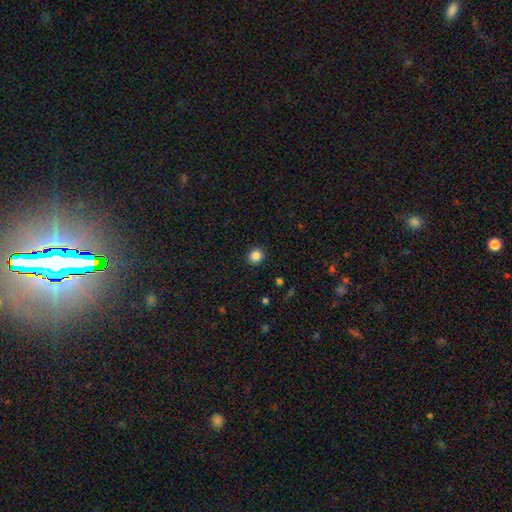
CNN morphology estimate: A smooth galaxy with no disk features (86%) that is round (90%).

Vote fractions:
- Smooth or featured? smooth: 86% / star or artifact: 11% / featured or disk: 4%
- How rounded? round: 90% / in between: 9% / cigar-shaped: 1%
- Merging? none: 92% / minor disturbance: 5% / major disturbance: 2% / merger: 1%